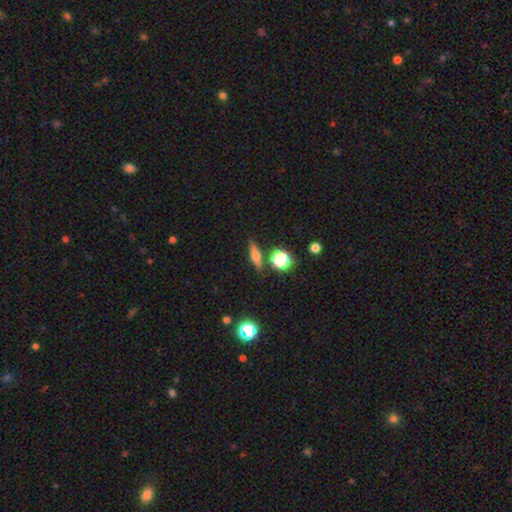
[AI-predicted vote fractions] Smooth or featured? Predicted: smooth (p=0.45). Merging? Predicted: none (p=0.84).